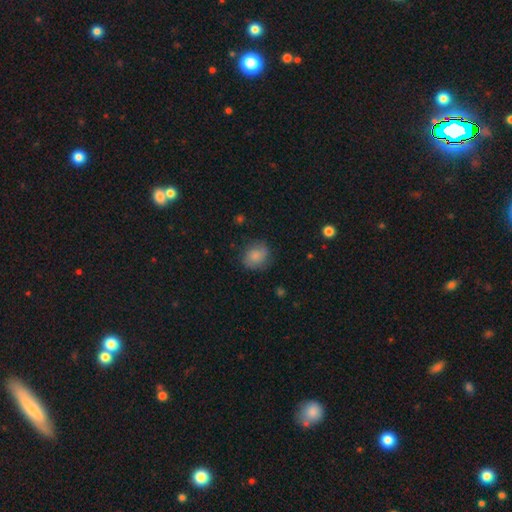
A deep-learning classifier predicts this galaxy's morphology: Q: Smooth or featured?
A: smooth (78%); runner-up: featured or disk (13%)
Q: How rounded?
A: round (72%); runner-up: in between (27%)
Q: Merging?
A: none (74%); runner-up: minor disturbance (19%)